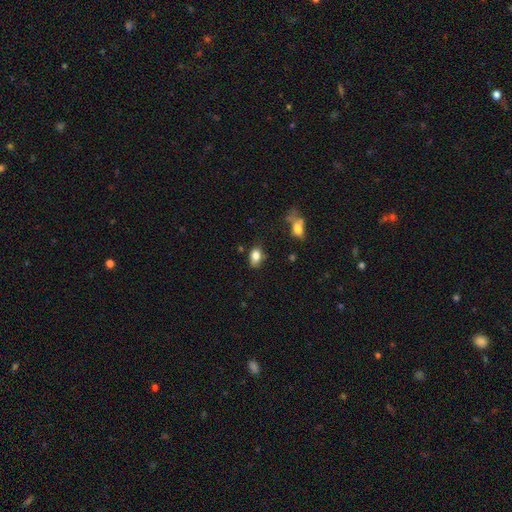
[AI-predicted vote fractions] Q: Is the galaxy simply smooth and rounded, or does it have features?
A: smooth — 83%.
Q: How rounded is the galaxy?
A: in between — 82%.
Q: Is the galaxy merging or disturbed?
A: none — 64%.